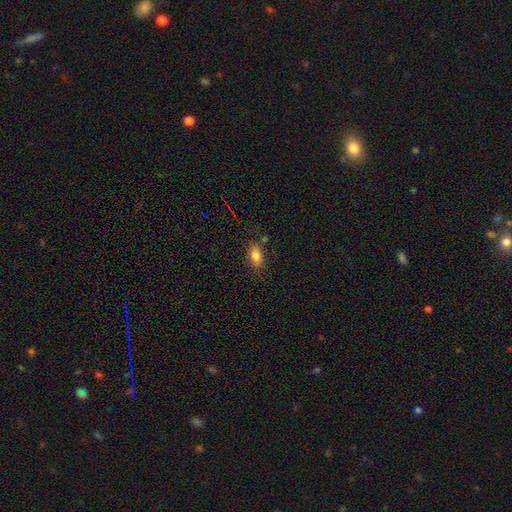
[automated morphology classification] Smooth or featured? smooth (81%)
How rounded? in between (85%)
Merging? none (76%)